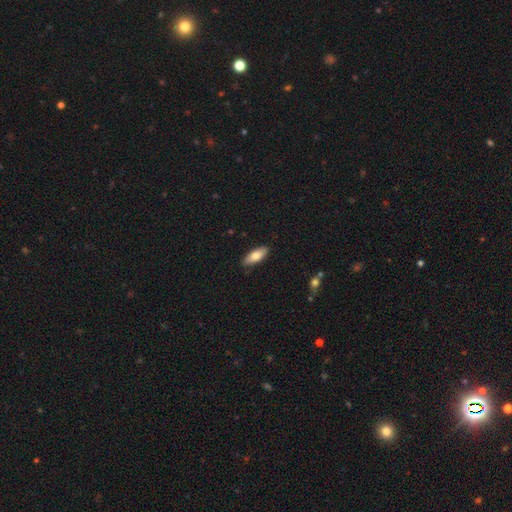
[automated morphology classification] The model was most divided on "how rounded": in between: 69%, cigar-shaped: 29%, round: 2%. More confident: merging — none (88%); smooth or featured — smooth (77%).